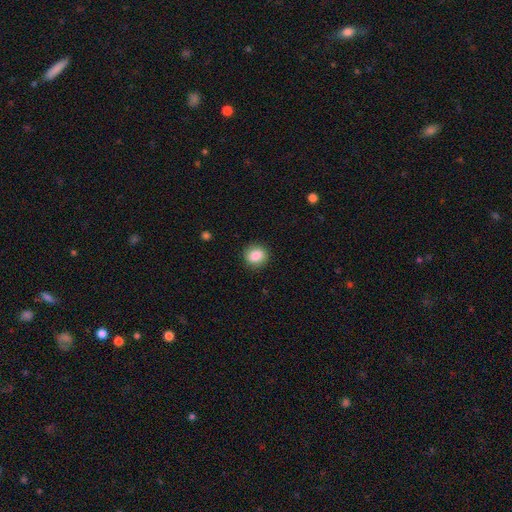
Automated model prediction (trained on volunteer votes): This appears to be a smooth galaxy with no disk features (85%) that is round (83%). Merging: none (89%).